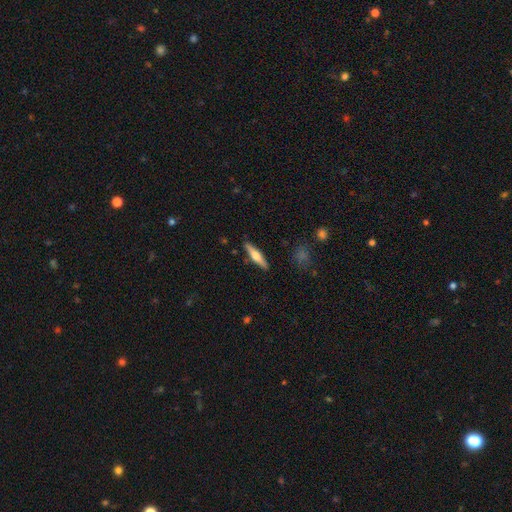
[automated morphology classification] Smooth or featured? featured or disk (56%)
Edge-on disk? yes (96%)
Edge-on bulge? rounded (92%)
Merging? none (89%)